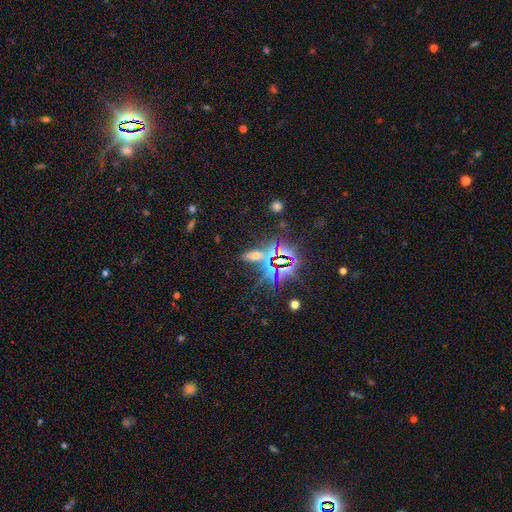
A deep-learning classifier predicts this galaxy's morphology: Smooth or featured: star or artifact — 45% (smooth — 41%)